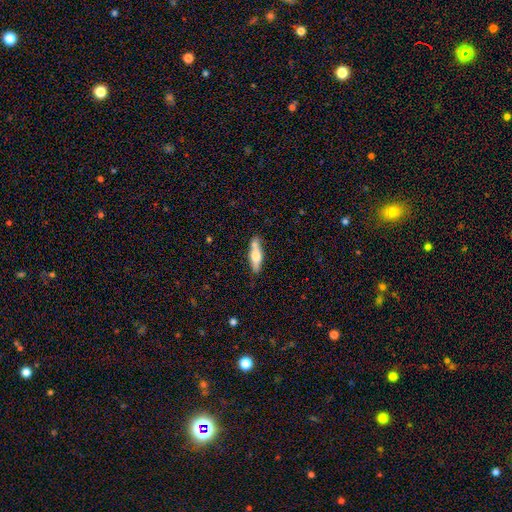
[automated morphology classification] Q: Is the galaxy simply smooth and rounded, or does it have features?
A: smooth — 54%.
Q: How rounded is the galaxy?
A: cigar-shaped — 60%.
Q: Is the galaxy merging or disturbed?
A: none — 72%.